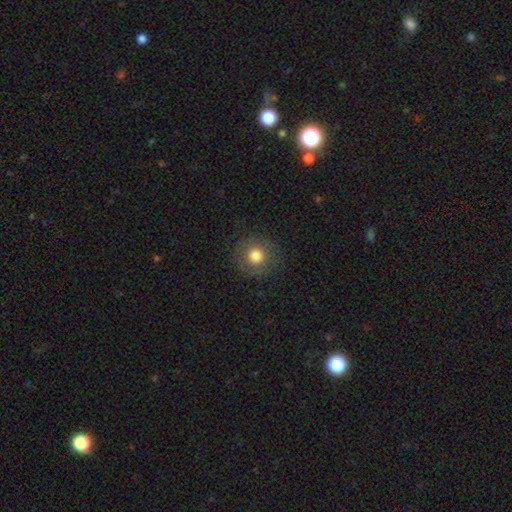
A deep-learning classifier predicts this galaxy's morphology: This is likely a smooth galaxy (77%). How rounded: clearly round (93%). Merging: clearly none (86%).